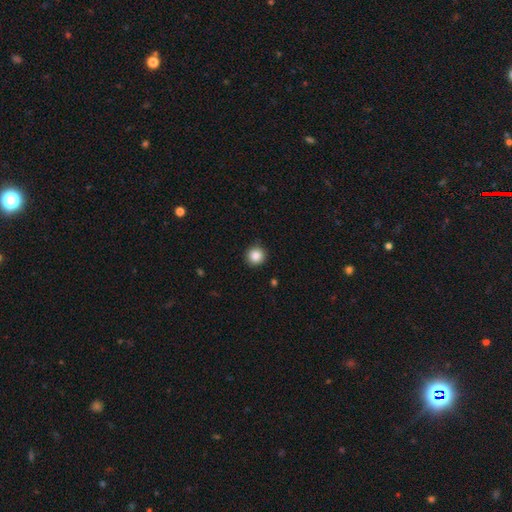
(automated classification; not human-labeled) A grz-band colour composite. It shows a smooth galaxy with no disk features (86%) that is round (94%). Merging: none (90%).